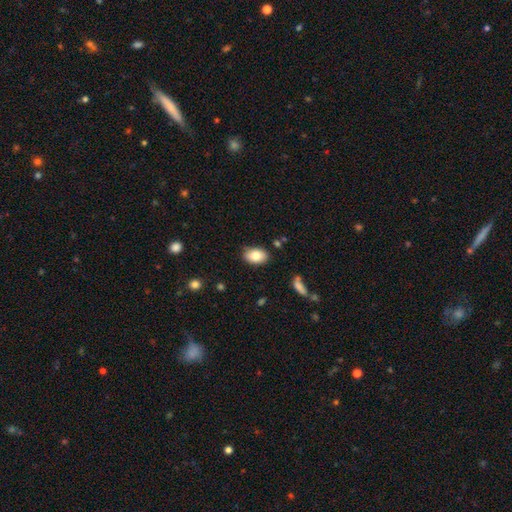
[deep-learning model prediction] A smooth galaxy with no disk features (82%) that is in between round and cigar-shaped (90%).

Vote fractions:
- Smooth or featured? smooth: 82% / featured or disk: 10% / star or artifact: 8%
- How rounded? in between: 90% / round: 9% / cigar-shaped: 1%
- Merging? none: 83% / minor disturbance: 13% / major disturbance: 3% / merger: 2%